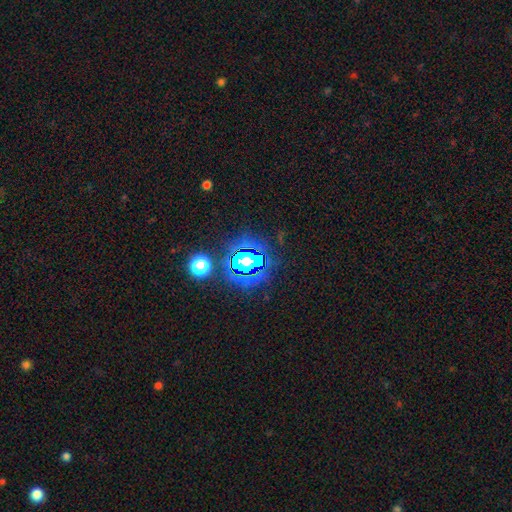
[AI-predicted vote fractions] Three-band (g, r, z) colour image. It shows a star or artifact, not a galaxy (67%).